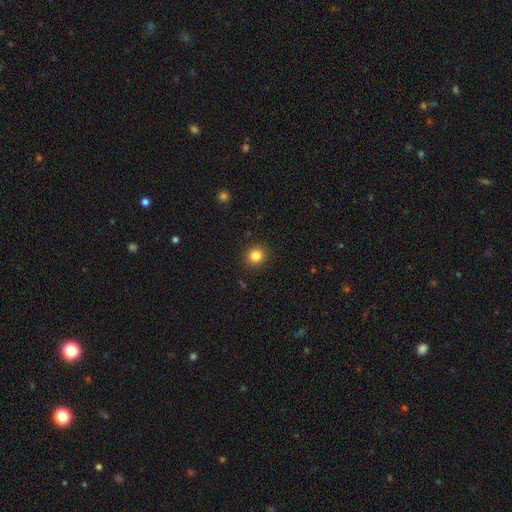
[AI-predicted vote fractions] Smooth or featured: smooth — 84% (star or artifact — 11%)
How rounded: round — 89% (in between — 10%)
Merging: none — 91% (minor disturbance — 6%)